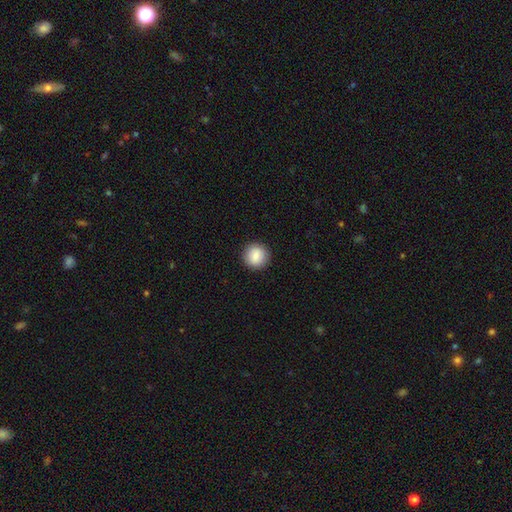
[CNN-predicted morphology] Smooth or featured?
  - smooth: 86% *
  - star or artifact: 8%
  - featured or disk: 6%
How rounded?
  - round: 94% *
  - in between: 5%
  - cigar-shaped: 1%
Merging?
  - none: 92% *
  - minor disturbance: 5%
  - major disturbance: 2%
  - merger: 1%